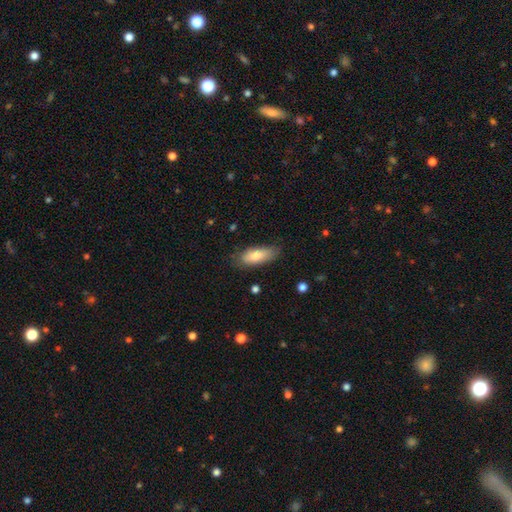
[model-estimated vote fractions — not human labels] Smooth or featured: smooth — 79% (featured or disk — 15%)
How rounded: in between — 71% (cigar-shaped — 27%)
Merging: none — 76% (minor disturbance — 19%)